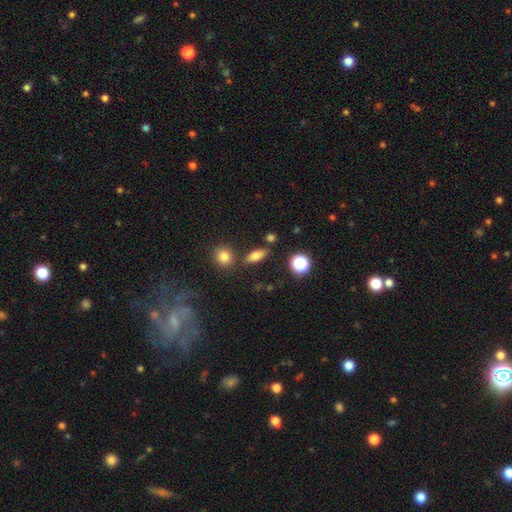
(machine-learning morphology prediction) Overall: smooth (72%). How rounded: in between (66%). Merging: none (79%).